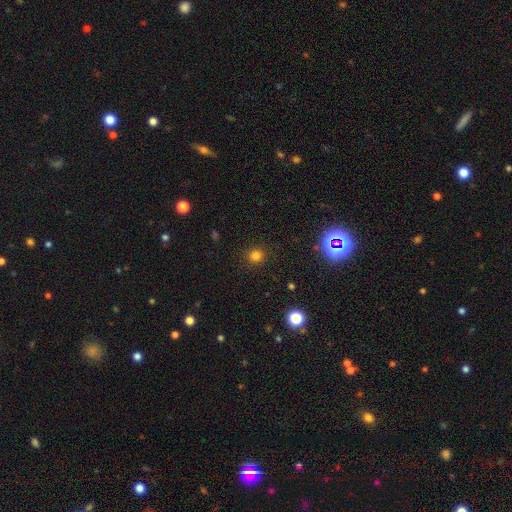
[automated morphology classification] Smooth or featured? Predicted: smooth (p=0.78). How rounded? Predicted: round (p=0.89). Merging? Predicted: none (p=0.90).